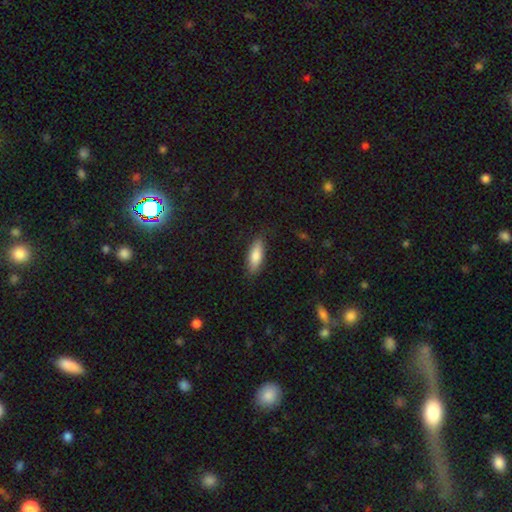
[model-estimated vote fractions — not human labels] Smooth or featured? Predicted: smooth (p=0.81). How rounded? Predicted: in between (p=0.63). Merging? Predicted: none (p=0.83).